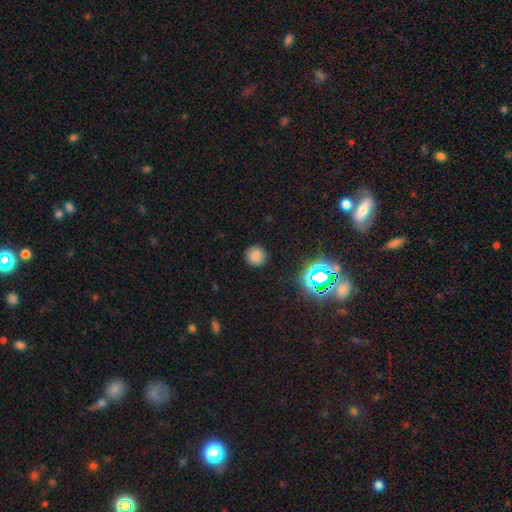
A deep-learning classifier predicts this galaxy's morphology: The model was most divided on "smooth or featured": smooth: 76%, star or artifact: 18%, featured or disk: 6%. More confident: how rounded — round (92%); merging — none (89%).